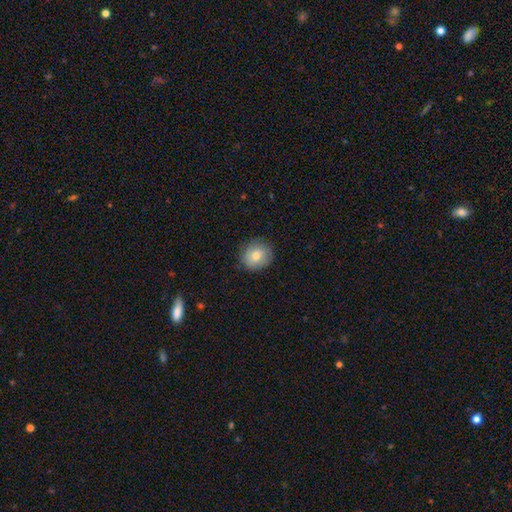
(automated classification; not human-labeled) Smooth or featured? smooth (73%)
How rounded? round (82%)
Merging? none (83%)